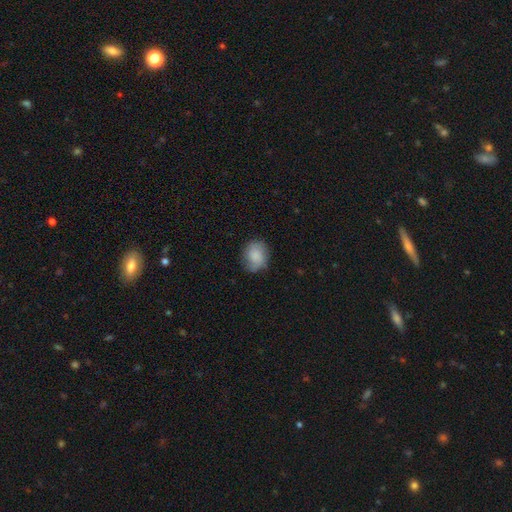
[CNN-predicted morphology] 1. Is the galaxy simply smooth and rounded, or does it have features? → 81% smooth, 11% featured or disk, 7% star or artifact.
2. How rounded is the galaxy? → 58% round, 41% in between, 1% cigar-shaped.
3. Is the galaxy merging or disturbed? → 71% none, 22% minor disturbance, 6% major disturbance, 1% merger.